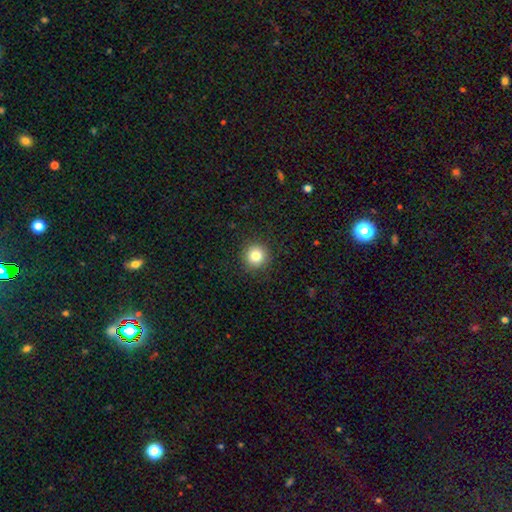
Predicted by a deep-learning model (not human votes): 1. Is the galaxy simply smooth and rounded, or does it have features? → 82% smooth, 11% star or artifact, 6% featured or disk.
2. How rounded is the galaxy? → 95% round, 4% in between, 1% cigar-shaped.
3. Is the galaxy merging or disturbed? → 92% none, 5% minor disturbance, 2% major disturbance, 1% merger.